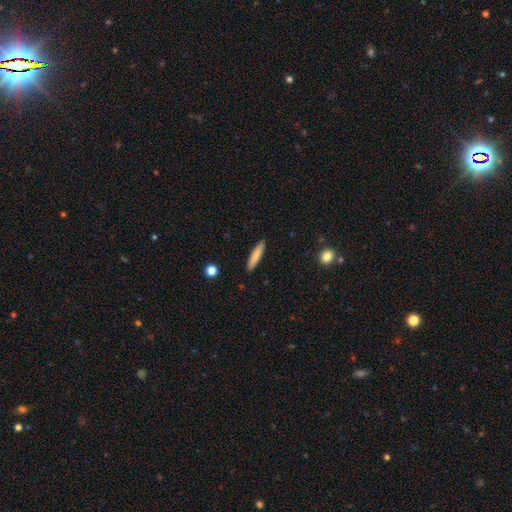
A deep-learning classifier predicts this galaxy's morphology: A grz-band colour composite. It shows a smooth galaxy with no disk features (80%) that is cigar-shaped (84%). Merging: none (90%).